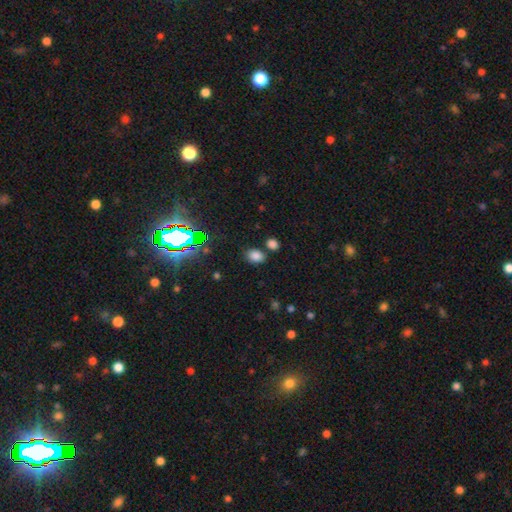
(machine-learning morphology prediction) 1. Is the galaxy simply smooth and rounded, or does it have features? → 76% smooth, 19% star or artifact, 6% featured or disk.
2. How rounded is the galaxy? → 69% in between, 30% round, 1% cigar-shaped.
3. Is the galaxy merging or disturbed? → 75% none, 11% merger, 11% minor disturbance, 4% major disturbance.